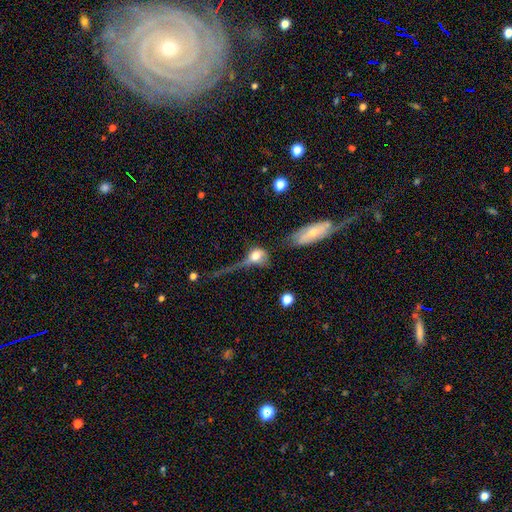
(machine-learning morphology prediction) Q: Smooth or featured?
A: smooth (62%); runner-up: featured or disk (29%)
Q: How rounded?
A: in between (58%); runner-up: round (36%)
Q: Merging?
A: major disturbance (51%); runner-up: none (18%)